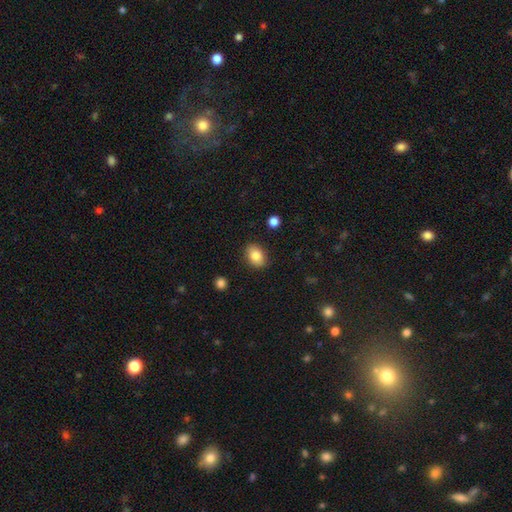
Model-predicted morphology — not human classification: This is clearly a smooth galaxy (86%). How rounded: likely in between (75%). Merging: clearly none (87%).